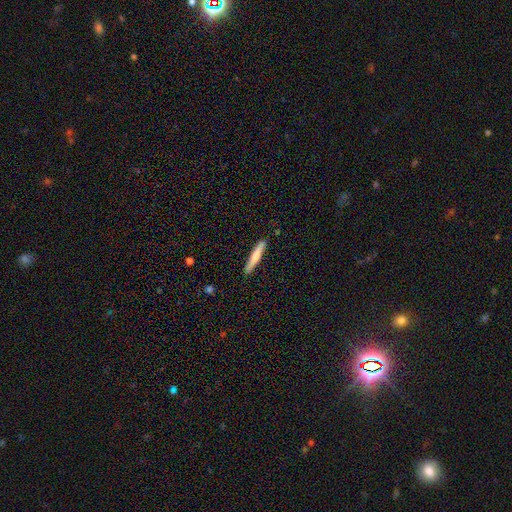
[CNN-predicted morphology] Smooth or featured? Predicted: smooth (p=0.67). How rounded? Predicted: cigar-shaped (p=0.94). Merging? Predicted: none (p=0.89).